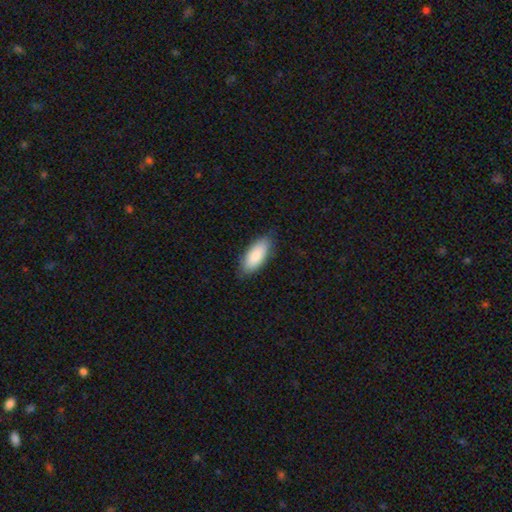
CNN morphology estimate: smooth_or_featured: smooth (p=0.87) [alt: featured or disk p=0.08]
how_rounded: in between (p=0.85) [alt: cigar-shaped p=0.14]
merging: none (p=0.81) [alt: minor disturbance p=0.15]